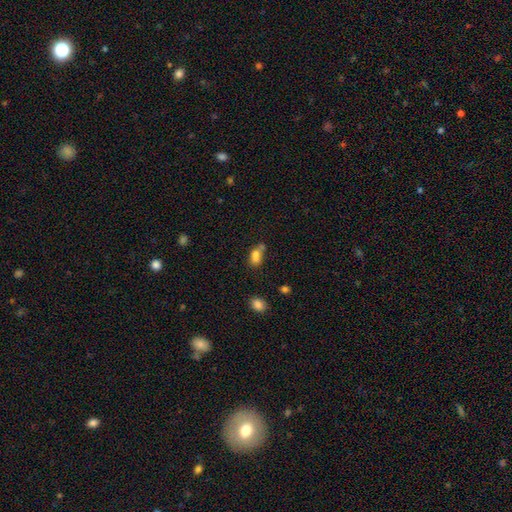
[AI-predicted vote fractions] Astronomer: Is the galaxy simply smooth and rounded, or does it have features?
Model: smooth — 76%.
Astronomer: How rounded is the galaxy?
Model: in between — 77%.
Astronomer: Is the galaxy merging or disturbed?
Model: merger — 46% (runner-up: none, 33%).